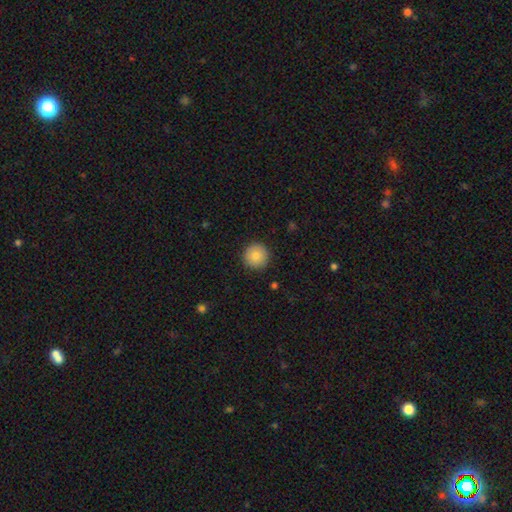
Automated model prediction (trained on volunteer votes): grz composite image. It shows a smooth galaxy with no disk features (84%) that is round (96%). Merging: none (91%).